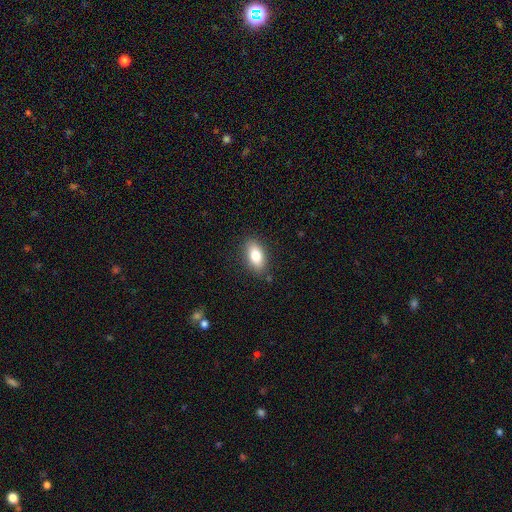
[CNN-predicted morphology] A smooth galaxy with no disk features (79%) that is in between round and cigar-shaped (88%). Merging: none (86%).